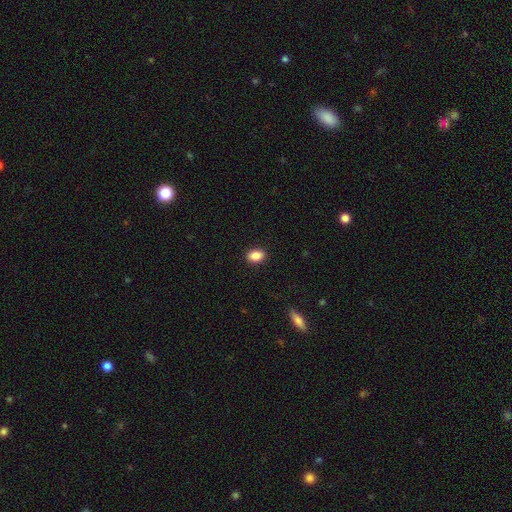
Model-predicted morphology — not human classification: Smooth or featured: smooth — 88% (star or artifact — 8%)
How rounded: in between — 80% (round — 18%)
Merging: none — 90% (minor disturbance — 7%)